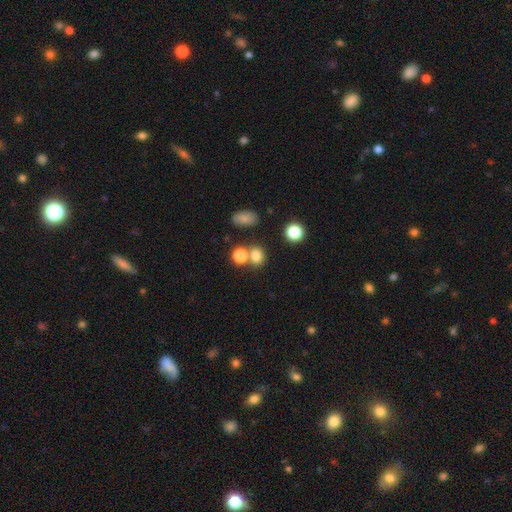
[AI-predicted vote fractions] smooth-or-featured: smooth: 77% | star or artifact: 15% | featured or disk: 8%
  how-rounded: round: 62% | in between: 37% | cigar-shaped: 1%
  merging: none: 57% | merger: 29% | minor disturbance: 10% | major disturbance: 4%